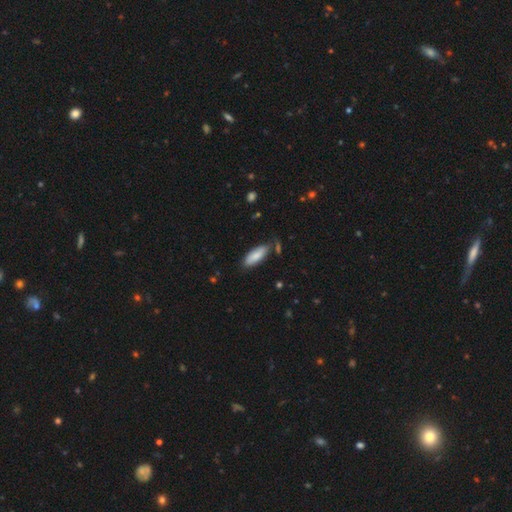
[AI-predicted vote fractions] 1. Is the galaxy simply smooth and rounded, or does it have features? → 85% smooth, 9% featured or disk, 6% star or artifact.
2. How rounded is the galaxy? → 68% in between, 30% cigar-shaped, 2% round.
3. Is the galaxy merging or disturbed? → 75% none, 17% minor disturbance, 4% merger, 4% major disturbance.